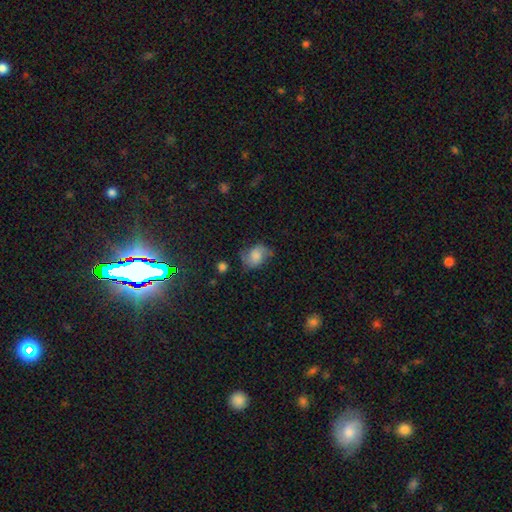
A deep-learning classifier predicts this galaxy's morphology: A smooth galaxy with no disk features (49%).

Vote fractions:
- Smooth or featured? smooth: 49% / featured or disk: 41% / star or artifact: 10%
- Merging? none: 56% / minor disturbance: 27% / major disturbance: 14% / merger: 2%